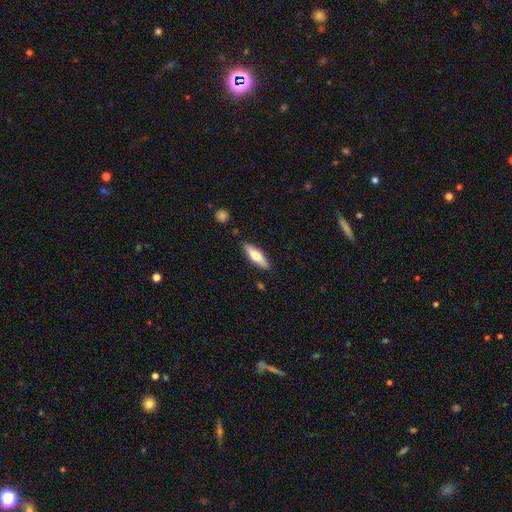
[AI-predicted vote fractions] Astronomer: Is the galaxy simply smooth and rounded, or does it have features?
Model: smooth — 64%.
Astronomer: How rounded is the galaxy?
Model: cigar-shaped — 51% (runner-up: in between, 47%).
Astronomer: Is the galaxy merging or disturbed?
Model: none — 86%.